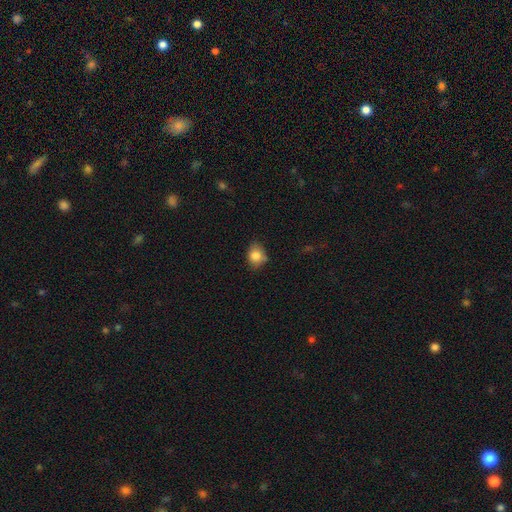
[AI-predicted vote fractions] smooth-or-featured: smooth: 82% | star or artifact: 10% | featured or disk: 8%
  how-rounded: round: 55% | in between: 44% | cigar-shaped: 1%
  merging: none: 64% | minor disturbance: 28% | major disturbance: 5% | merger: 3%